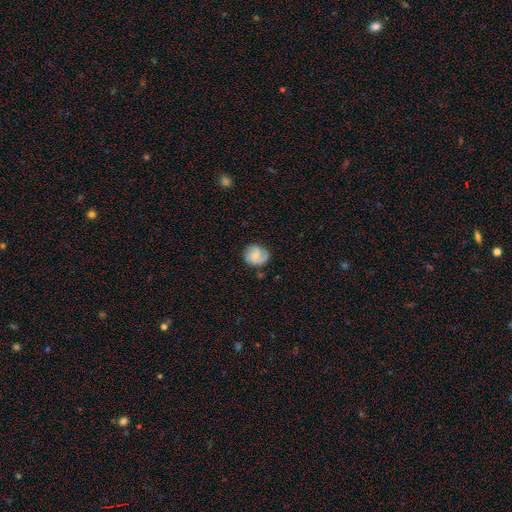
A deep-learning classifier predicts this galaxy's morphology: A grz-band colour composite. It shows a featured or disk galaxy (54%) with no bar (58%), spiral arms (88%) and a small central bulge (56%). Merging: none (69%).